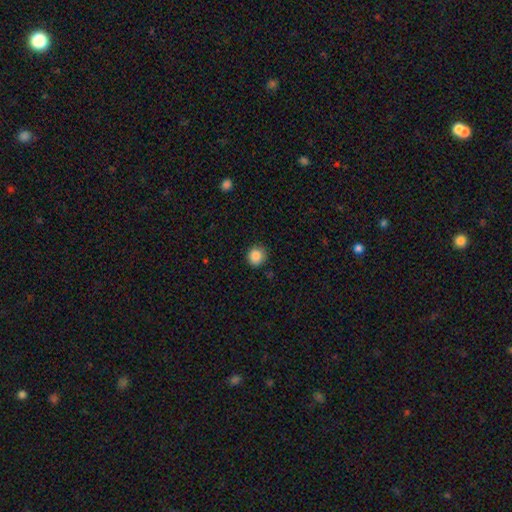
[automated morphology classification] Smooth or featured? Predicted: smooth (p=0.87). How rounded? Predicted: round (p=0.88). Merging? Predicted: none (p=0.87).